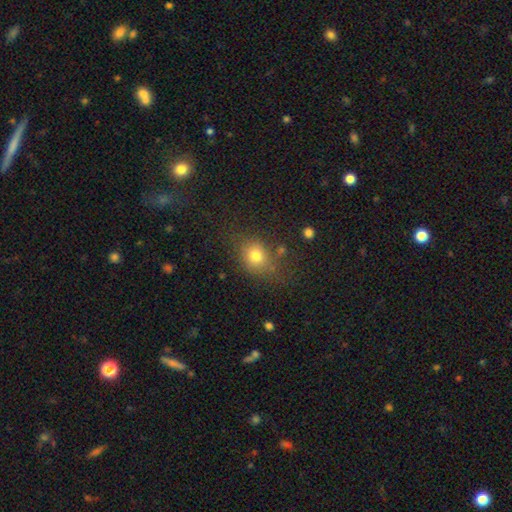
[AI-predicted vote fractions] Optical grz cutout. It shows a smooth galaxy with no disk features (76%) that is round (61%). Merging: none (66%).